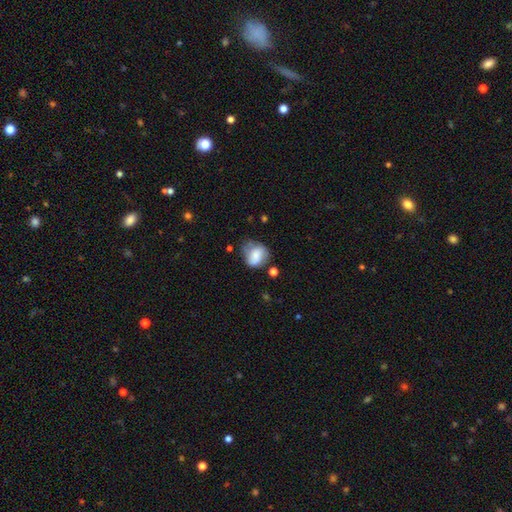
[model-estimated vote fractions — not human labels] The model was most divided on "merging": none: 47%, minor disturbance: 32%, major disturbance: 15%, merger: 7%. More confident: smooth or featured — smooth (67%); how rounded — round (63%).